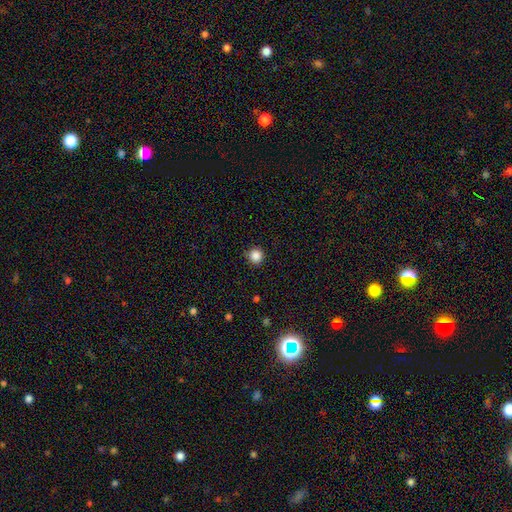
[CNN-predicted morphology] smooth-or-featured: smooth: 86% | star or artifact: 11% | featured or disk: 3%
  how-rounded: round: 95% | in between: 4% | cigar-shaped: 1%
  merging: none: 89% | minor disturbance: 8% | major disturbance: 2% | merger: 1%